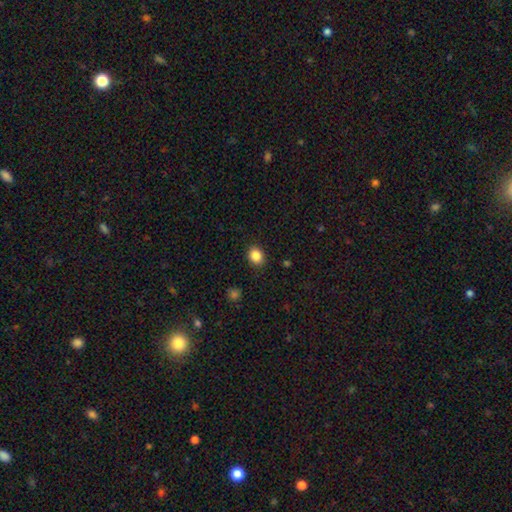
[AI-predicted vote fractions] A smooth galaxy with no disk features (86%) that is round (56%). Merging: none (89%).